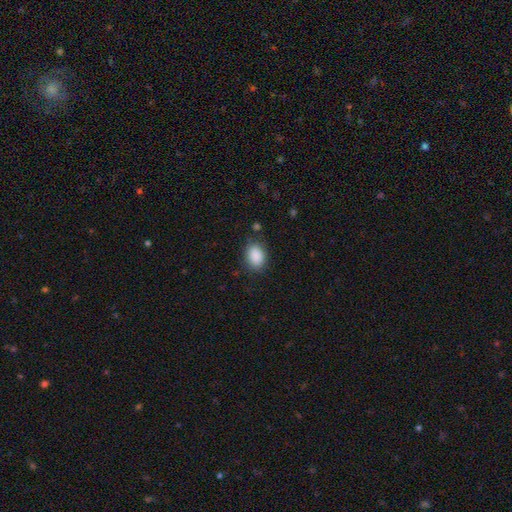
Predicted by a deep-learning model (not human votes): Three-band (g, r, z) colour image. It shows a smooth galaxy with no disk features (89%) that is in between round and cigar-shaped (75%). Merging: none (81%).